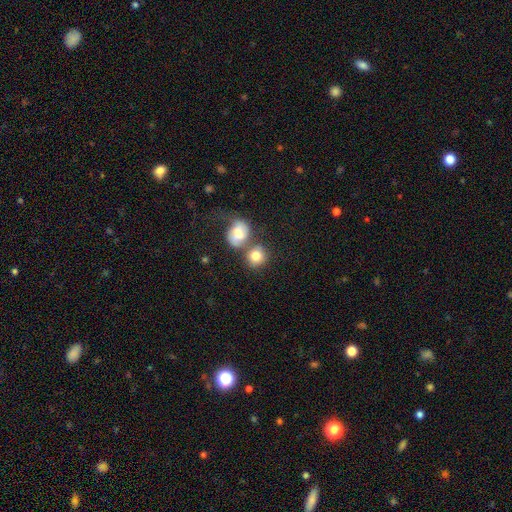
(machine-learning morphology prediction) Q: Smooth or featured?
A: smooth (78%); runner-up: featured or disk (14%)
Q: How rounded?
A: round (76%); runner-up: in between (23%)
Q: Merging?
A: merger (42%); runner-up: none (41%)